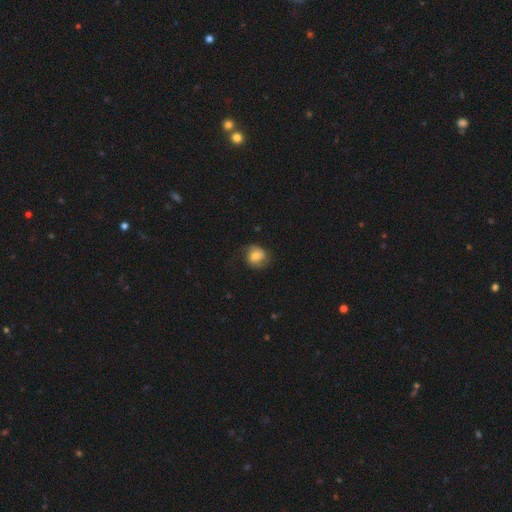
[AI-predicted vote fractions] Q: Smooth or featured?
A: smooth (60%); runner-up: featured or disk (31%)
Q: How rounded?
A: round (64%); runner-up: in between (35%)
Q: Merging?
A: none (69%); runner-up: minor disturbance (21%)